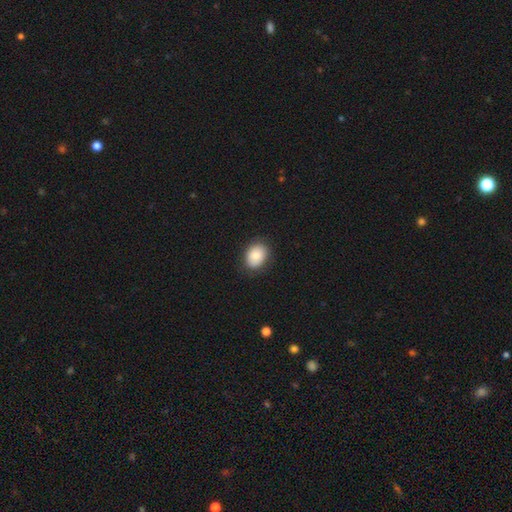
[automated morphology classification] This is clearly a smooth galaxy (83%). How rounded: likely in between (67%). Merging: clearly none (83%).